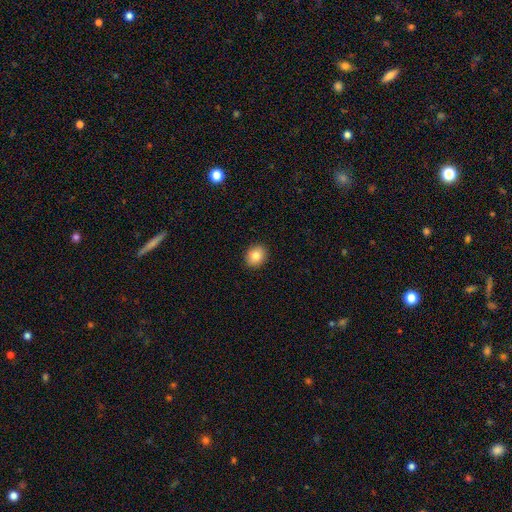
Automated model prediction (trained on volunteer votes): smooth 84%, star or artifact 9%, featured or disk 7%. Down the decision tree: how rounded — round (57%); merging — none (91%).